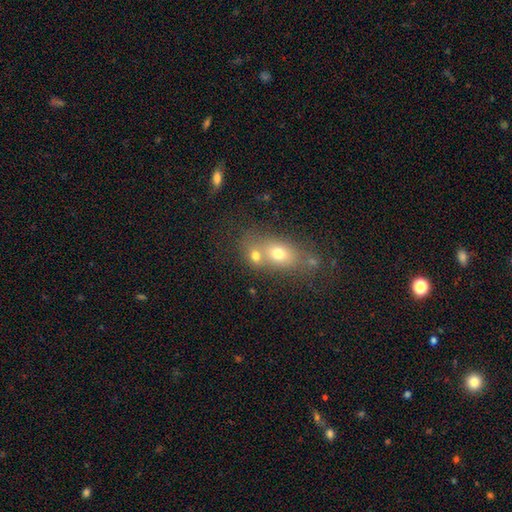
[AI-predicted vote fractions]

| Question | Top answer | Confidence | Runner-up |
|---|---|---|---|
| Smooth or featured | smooth | 69% | featured or disk (17%) |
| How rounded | in between | 58% | round (40%) |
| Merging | merger | 51% | none (35%) |